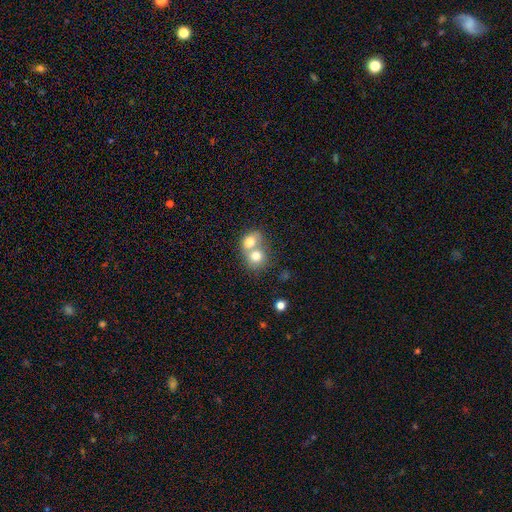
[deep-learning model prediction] This appears to be a smooth galaxy with no disk features (74%) that is round (67%). Merging: merger (69%).